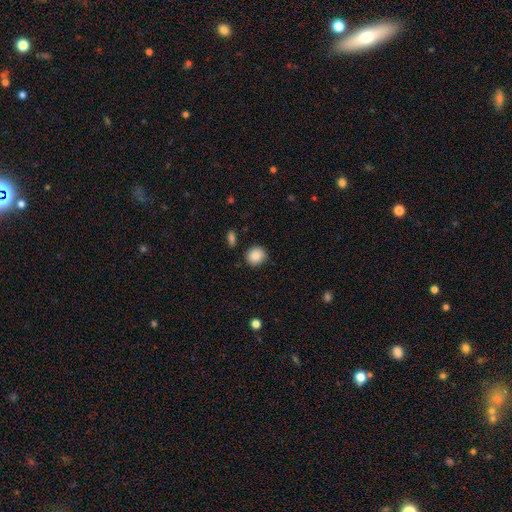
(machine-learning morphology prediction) The model was most divided on "how rounded": round: 77%, in between: 22%, cigar-shaped: 1%. More confident: smooth or featured — smooth (87%); merging — none (85%).